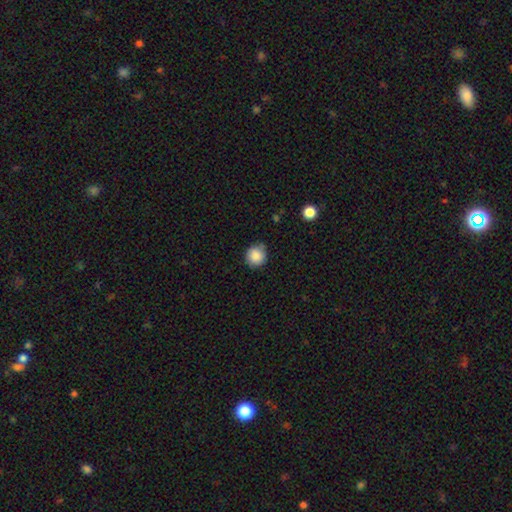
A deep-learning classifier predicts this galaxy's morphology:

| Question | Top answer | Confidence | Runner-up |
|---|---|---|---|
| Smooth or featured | smooth | 87% | star or artifact (9%) |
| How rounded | round | 92% | in between (7%) |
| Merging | none | 78% | minor disturbance (16%) |